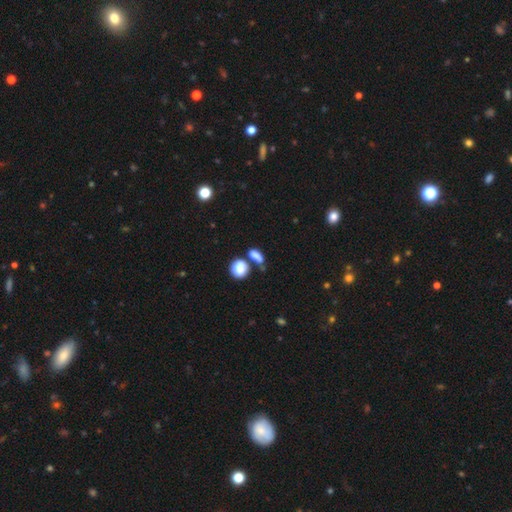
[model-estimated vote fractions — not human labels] A smooth galaxy with no disk features (82%) that is in between round and cigar-shaped (59%). Merging: none (48%).